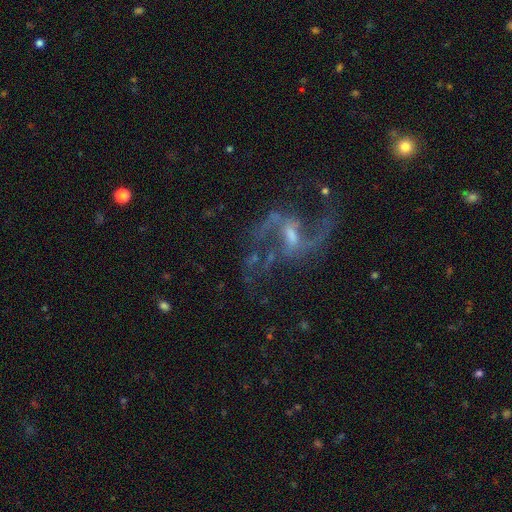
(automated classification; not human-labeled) This is clearly a featured or disk galaxy (88%). It is clearly not viewed edge-on (97%). Bar: possibly weak (50%). Spiral arm pattern: clearly yes (96%). Spiral arm count: clearly 2 (90%). Spiral winding: likely loose (74%). Central bulge: possibly small (52%). Merging: likely none (65%).